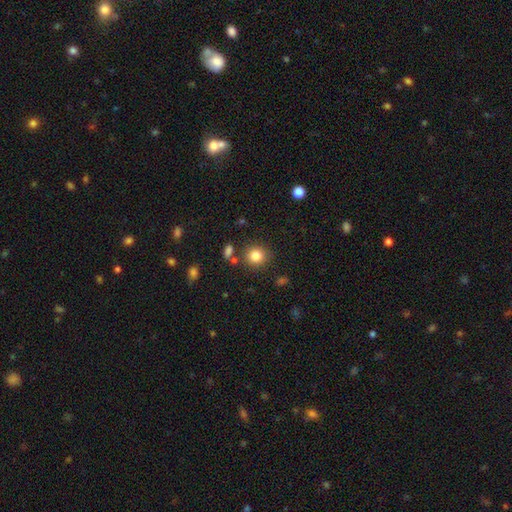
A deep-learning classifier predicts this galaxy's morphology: A smooth galaxy with no disk features (83%) that is round (87%).

Vote fractions:
- Smooth or featured? smooth: 83% / star or artifact: 11% / featured or disk: 6%
- How rounded? round: 87% / in between: 12% / cigar-shaped: 1%
- Merging? none: 83% / minor disturbance: 8% / merger: 6% / major disturbance: 3%